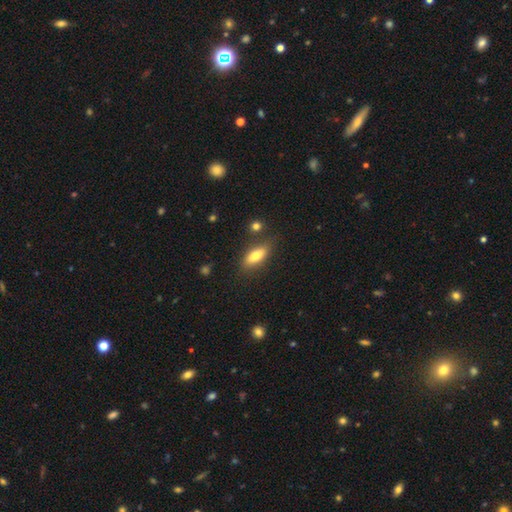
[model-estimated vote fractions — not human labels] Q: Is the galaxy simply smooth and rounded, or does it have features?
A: smooth — 77%.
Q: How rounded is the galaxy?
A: in between — 73%.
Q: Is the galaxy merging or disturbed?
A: none — 79%.